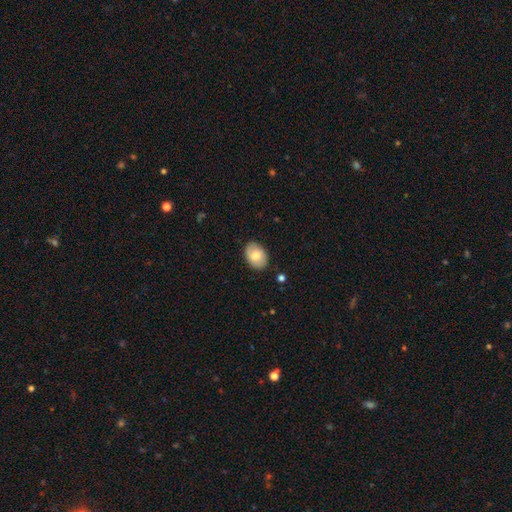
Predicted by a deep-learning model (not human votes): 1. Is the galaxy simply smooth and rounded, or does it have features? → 79% smooth, 15% featured or disk, 6% star or artifact.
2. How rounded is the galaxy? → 81% in between, 18% round, 1% cigar-shaped.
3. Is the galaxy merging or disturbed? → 86% none, 11% minor disturbance, 2% major disturbance, 1% merger.